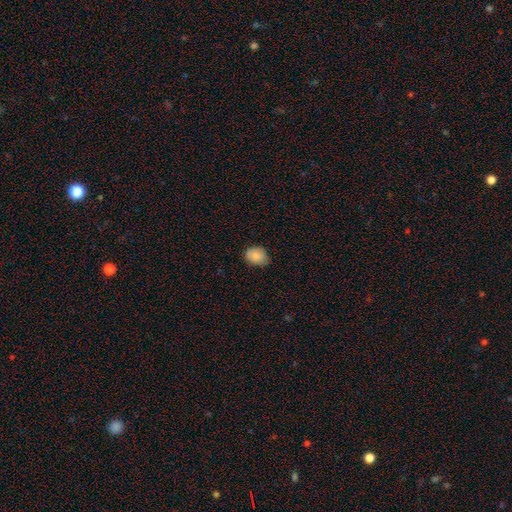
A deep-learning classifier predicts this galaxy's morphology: Smooth or featured: smooth — 84% (featured or disk — 8%)
How rounded: in between — 56% (round — 43%)
Merging: none — 68% (minor disturbance — 27%)